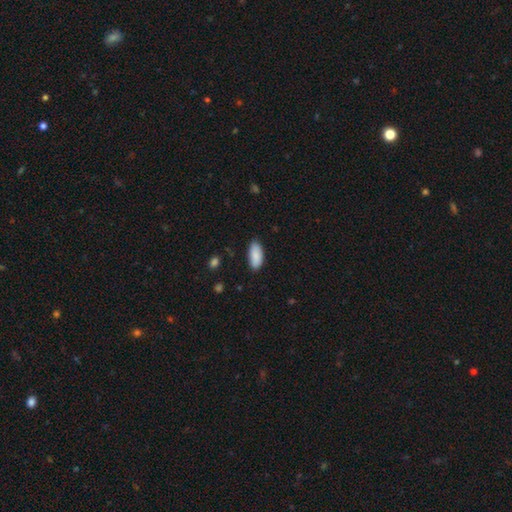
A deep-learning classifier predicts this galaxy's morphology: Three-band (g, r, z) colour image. It shows a smooth galaxy with no disk features (89%) that is in between round and cigar-shaped (89%). Merging: none (84%).